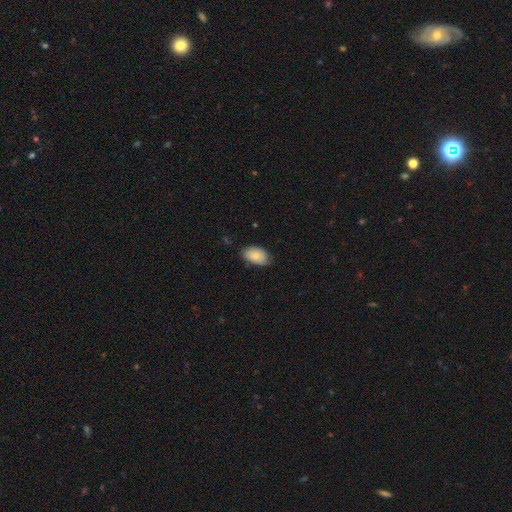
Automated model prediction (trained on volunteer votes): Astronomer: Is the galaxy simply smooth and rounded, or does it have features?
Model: smooth — 81%.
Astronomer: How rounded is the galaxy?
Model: in between — 92%.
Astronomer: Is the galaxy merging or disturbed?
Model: none — 74%.